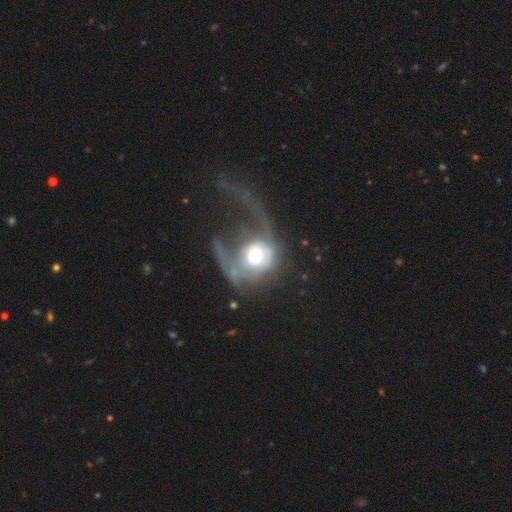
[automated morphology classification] A featured or disk galaxy (52%). Merging: major disturbance (66%).